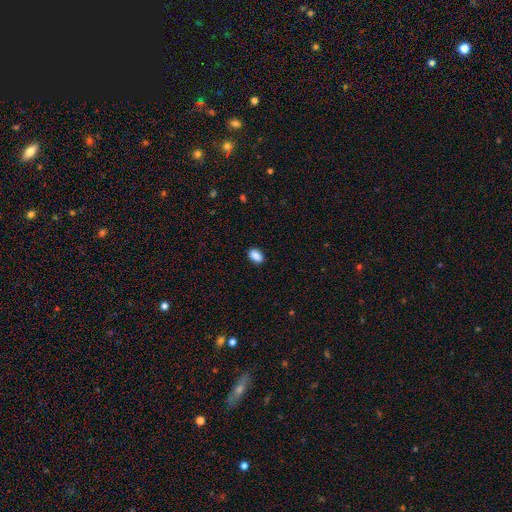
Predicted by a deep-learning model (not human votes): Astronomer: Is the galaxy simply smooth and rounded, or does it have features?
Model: smooth — 89%.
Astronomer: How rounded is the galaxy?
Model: in between — 87%.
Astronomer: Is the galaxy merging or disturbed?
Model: none — 87%.